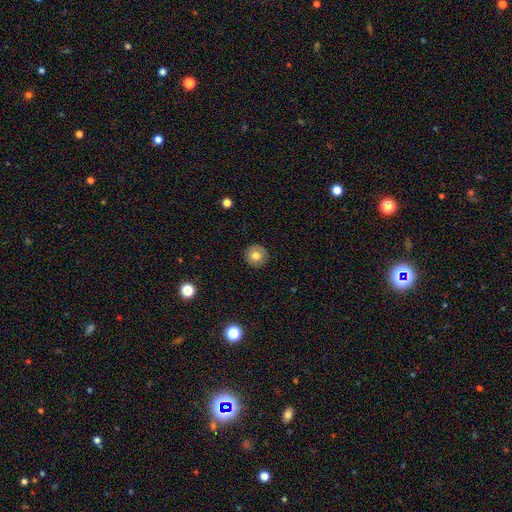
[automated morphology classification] Smooth or featured: smooth — 77% (featured or disk — 13%)
How rounded: round — 94% (in between — 5%)
Merging: none — 91% (minor disturbance — 7%)